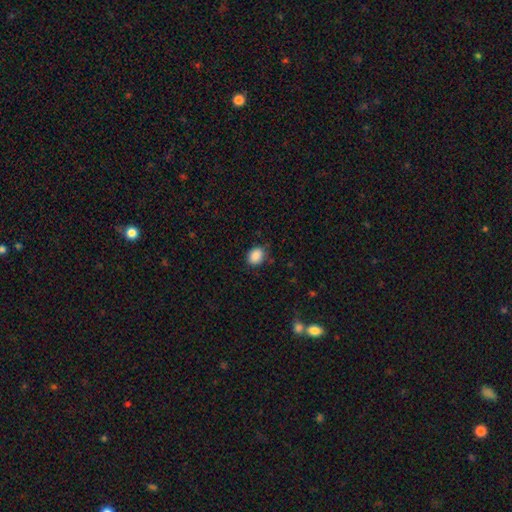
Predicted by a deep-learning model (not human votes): Q: Smooth or featured?
A: smooth (89%); runner-up: star or artifact (8%)
Q: How rounded?
A: in between (56%); runner-up: round (43%)
Q: Merging?
A: none (81%); runner-up: minor disturbance (15%)